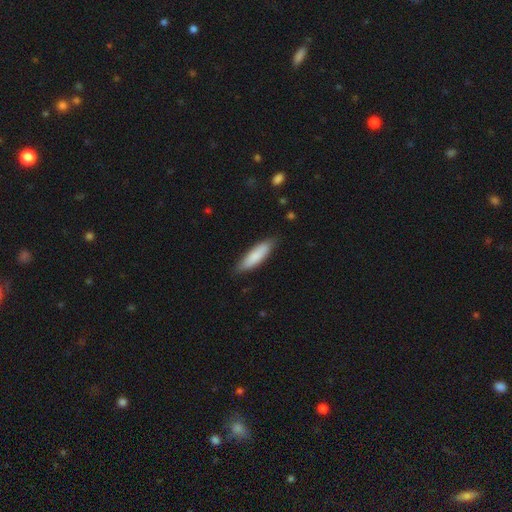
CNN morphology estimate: Smooth or featured? Predicted: smooth (p=0.84). How rounded? Predicted: cigar-shaped (p=0.62). Merging? Predicted: none (p=0.83).